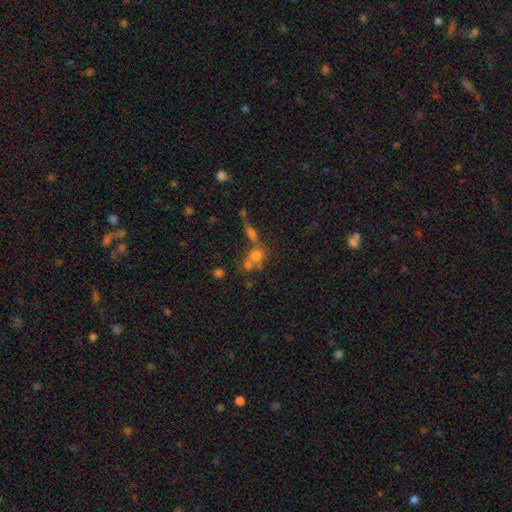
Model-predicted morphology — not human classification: Q: Smooth or featured?
A: smooth (62%); runner-up: featured or disk (20%)
Q: How rounded?
A: round (68%); runner-up: in between (29%)
Q: Merging?
A: merger (52%); runner-up: none (33%)